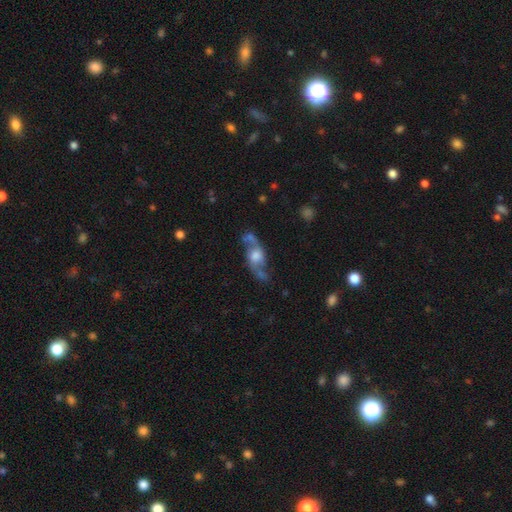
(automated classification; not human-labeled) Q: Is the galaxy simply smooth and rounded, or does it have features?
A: featured or disk — 70%.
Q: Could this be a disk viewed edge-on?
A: no — 81%.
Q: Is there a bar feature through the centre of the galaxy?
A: no — 64%.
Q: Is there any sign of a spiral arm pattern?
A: yes — 82%.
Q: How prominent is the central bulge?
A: moderate — 45%.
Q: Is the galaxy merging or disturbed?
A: none — 54%.